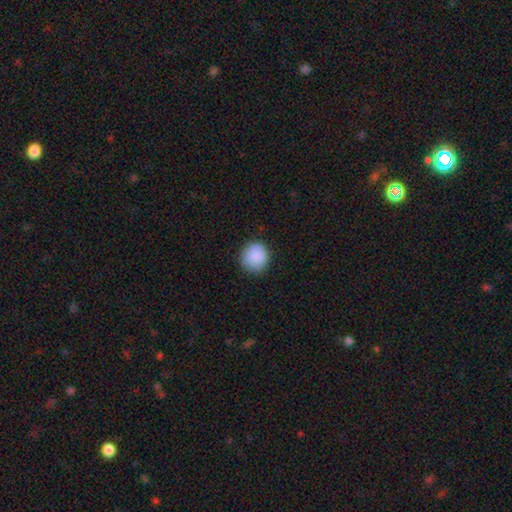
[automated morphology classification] Smooth or featured? smooth (89%)
How rounded? round (91%)
Merging? none (87%)